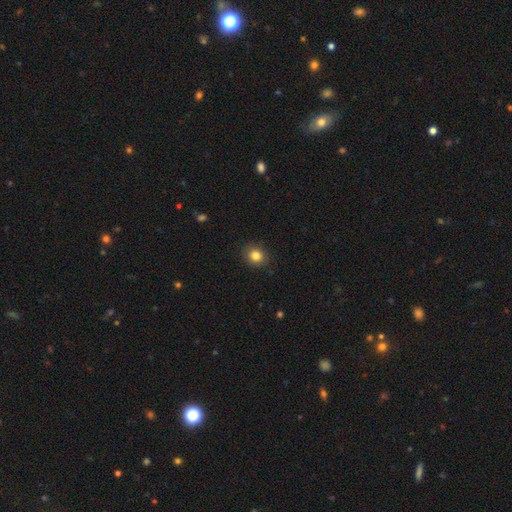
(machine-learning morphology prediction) Overall: smooth (83%). How rounded: round (80%). Merging: none (90%).